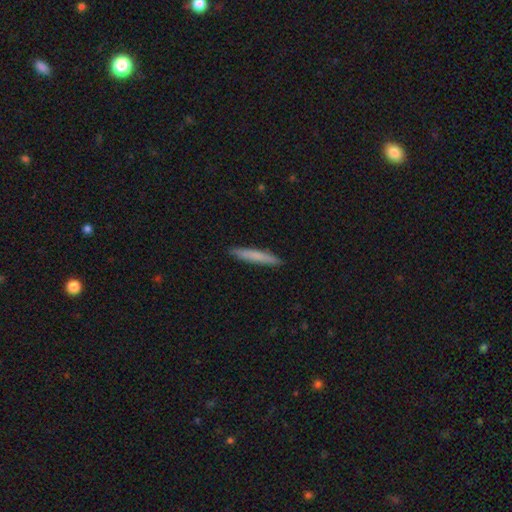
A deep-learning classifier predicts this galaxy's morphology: This is likely a smooth galaxy (76%). How rounded: clearly cigar-shaped (94%). Merging: clearly none (91%).